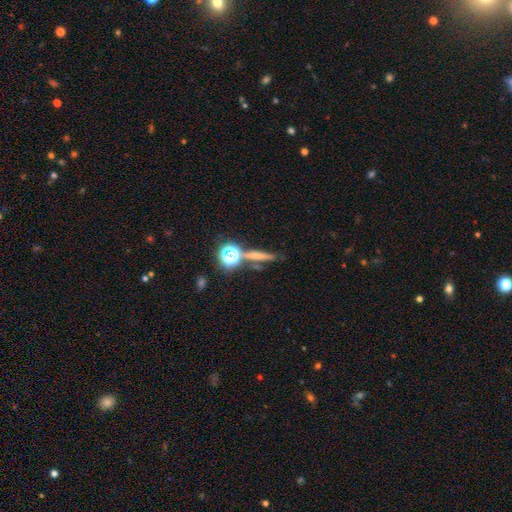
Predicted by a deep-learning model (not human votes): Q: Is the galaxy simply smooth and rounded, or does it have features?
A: smooth — 48%.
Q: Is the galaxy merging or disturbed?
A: none — 70%.